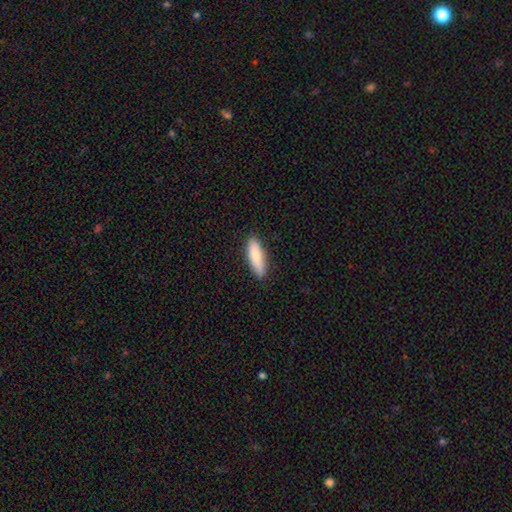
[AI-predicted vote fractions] This is clearly a smooth galaxy (85%). How rounded: possibly in between (51%). Merging: clearly none (88%).